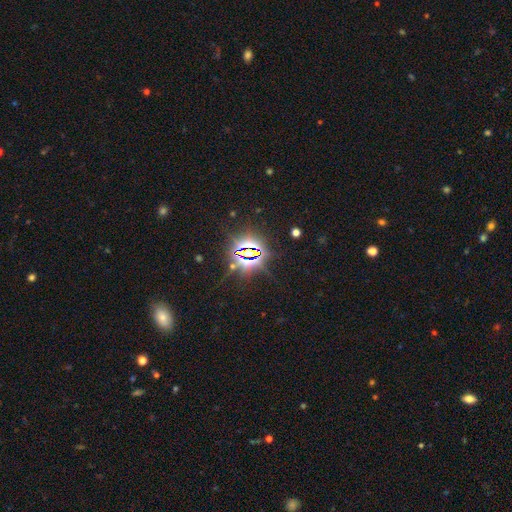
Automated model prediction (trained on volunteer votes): Smooth or featured?
  - star or artifact: 82% *
  - smooth: 10%
  - featured or disk: 8%